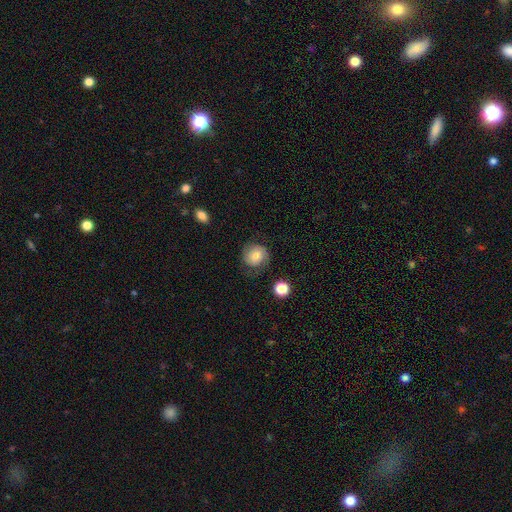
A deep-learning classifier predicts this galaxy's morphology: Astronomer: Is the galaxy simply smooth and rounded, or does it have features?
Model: smooth — 55% (runner-up: featured or disk, 35%).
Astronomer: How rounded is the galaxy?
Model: round — 84%.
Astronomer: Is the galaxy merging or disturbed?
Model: none — 72%.